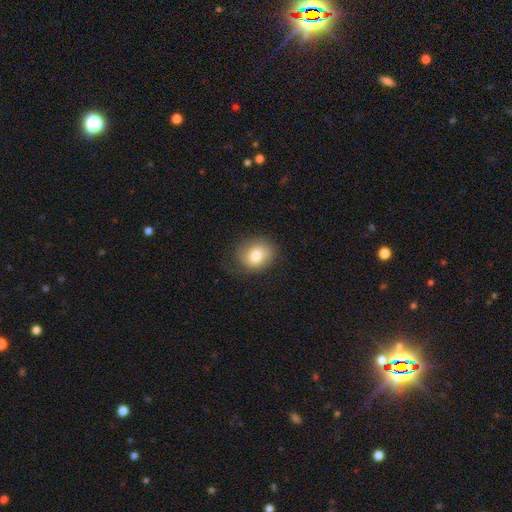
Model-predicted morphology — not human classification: A smooth galaxy with no disk features (79%) that is round (62%).

Vote fractions:
- Smooth or featured? smooth: 79% / featured or disk: 12% / star or artifact: 9%
- How rounded? round: 62% / in between: 37% / cigar-shaped: 1%
- Merging? none: 72% / minor disturbance: 19% / major disturbance: 8% / merger: 1%